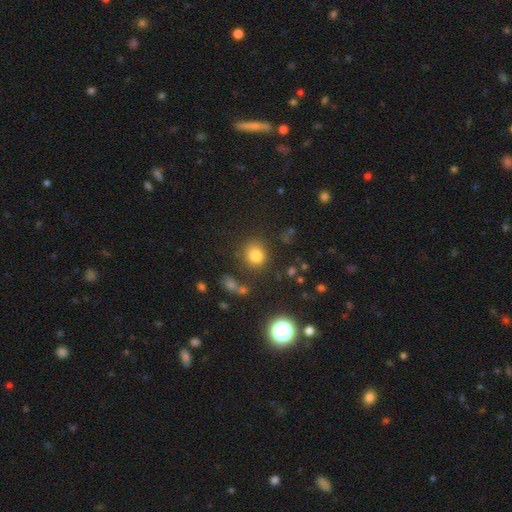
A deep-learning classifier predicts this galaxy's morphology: Smooth or featured? smooth (80%)
How rounded? round (82%)
Merging? none (77%)